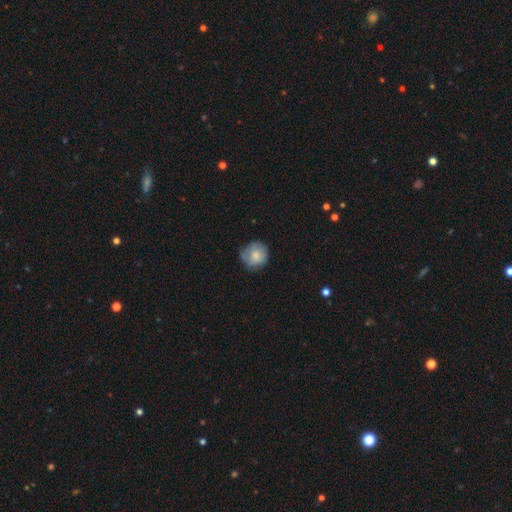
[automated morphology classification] Smooth or featured? smooth (75%)
How rounded? round (90%)
Merging? none (68%)